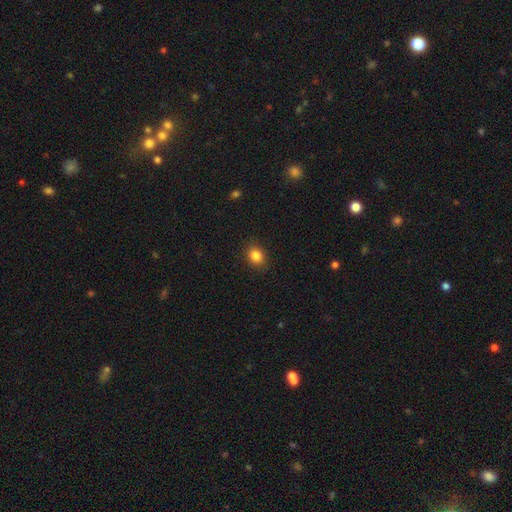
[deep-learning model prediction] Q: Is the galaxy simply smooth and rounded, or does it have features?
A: smooth — 84%.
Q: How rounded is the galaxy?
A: round — 57%.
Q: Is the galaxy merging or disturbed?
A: none — 89%.